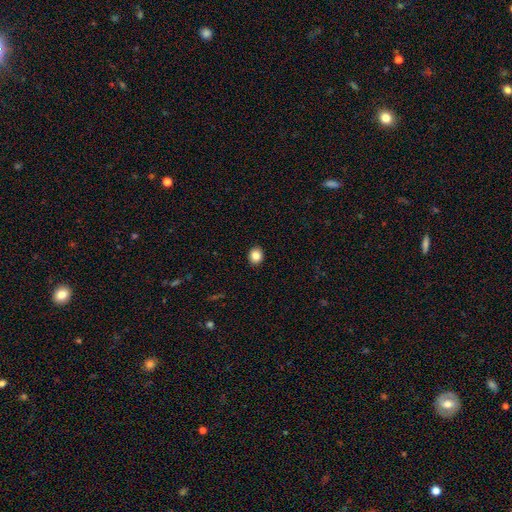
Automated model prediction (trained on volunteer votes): The model was most divided on "how rounded": round: 72%, in between: 27%, cigar-shaped: 1%. More confident: merging — none (92%); smooth or featured — smooth (85%).